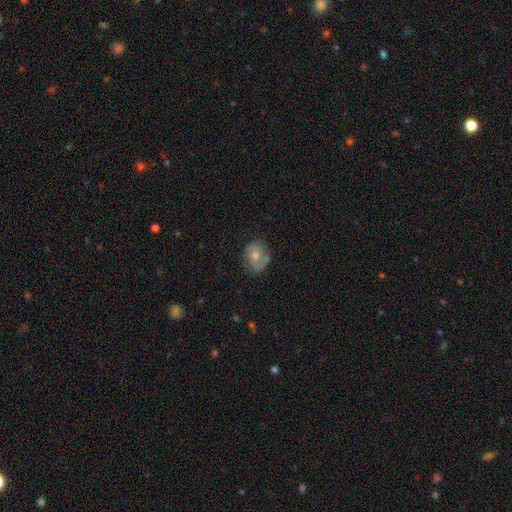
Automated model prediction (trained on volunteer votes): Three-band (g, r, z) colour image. It shows a smooth galaxy with no disk features (55%) that is round (62%). Merging: none (65%).